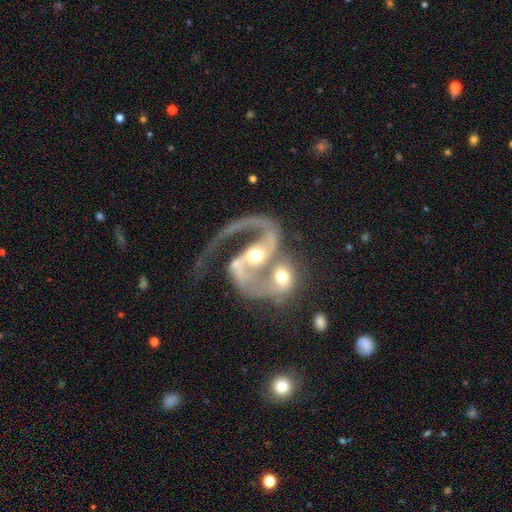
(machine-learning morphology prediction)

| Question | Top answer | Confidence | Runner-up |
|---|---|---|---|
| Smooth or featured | featured or disk | 85% | smooth (8%) |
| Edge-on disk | no | 97% | yes (3%) |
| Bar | no | 40% | weak (33%) |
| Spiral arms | yes | 94% | no (6%) |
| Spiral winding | loose | 51% | medium (39%) |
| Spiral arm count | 2 | 71% | 1 (22%) |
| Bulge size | moderate | 66% | small (20%) |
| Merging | merger | 64% | none (15%) |